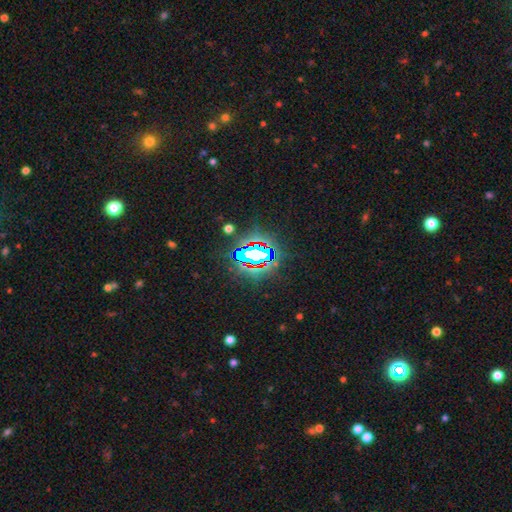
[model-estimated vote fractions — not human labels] Smooth or featured? star or artifact (74%)